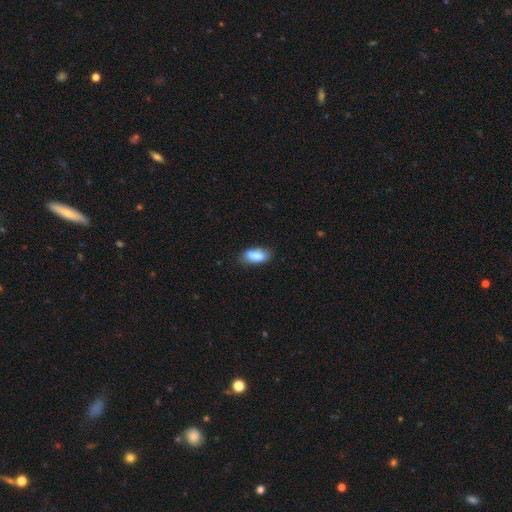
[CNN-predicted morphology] Overall: smooth (83%). How rounded: in between (84%). Merging: none (73%).